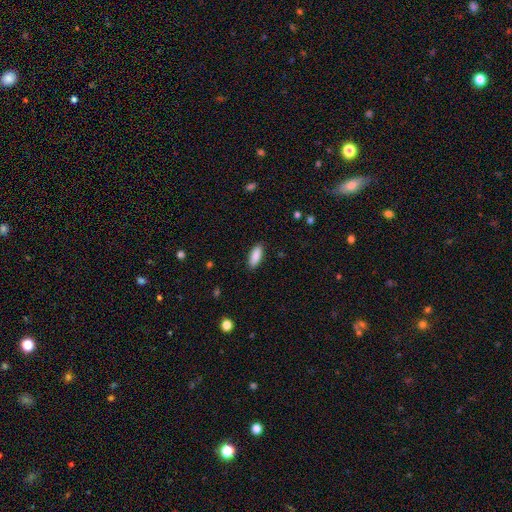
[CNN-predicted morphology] This is clearly a smooth galaxy (89%). How rounded: likely in between (76%). Merging: clearly none (88%).